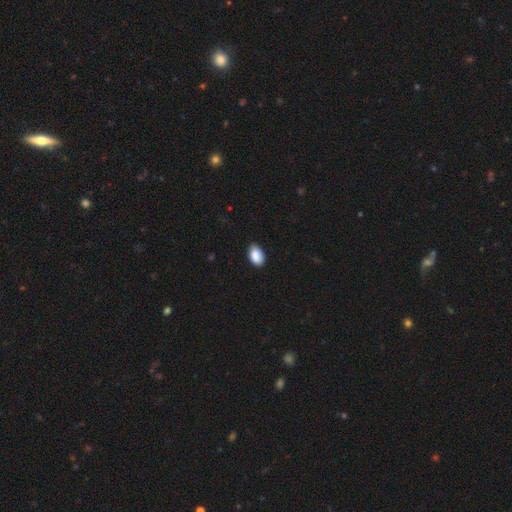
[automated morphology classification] This appears to be a smooth galaxy with no disk features (89%) that is in between round and cigar-shaped (91%). Merging: none (84%).